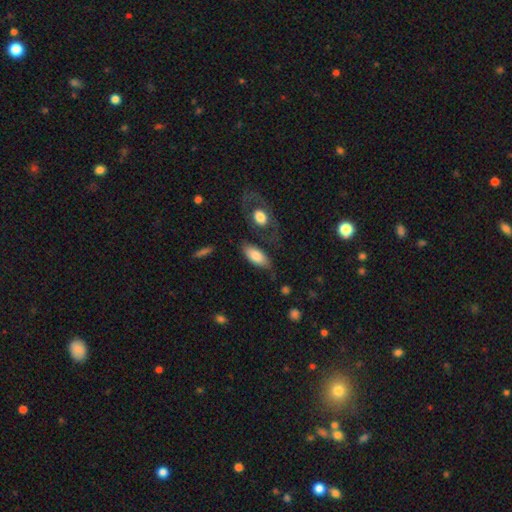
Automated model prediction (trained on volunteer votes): A smooth galaxy with no disk features (76%) that is in between round and cigar-shaped (88%). Merging: none (63%).